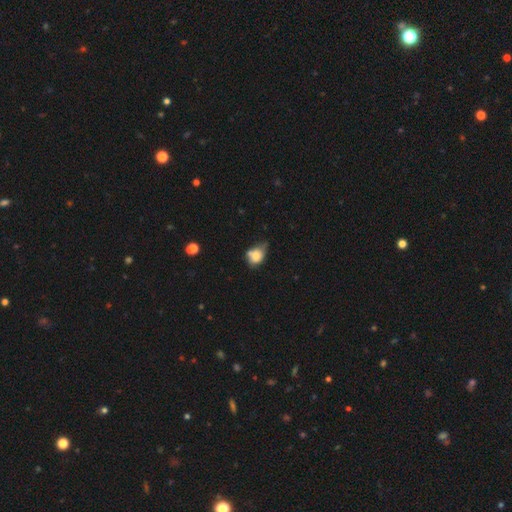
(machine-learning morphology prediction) A smooth galaxy with no disk features (68%) that is in between round and cigar-shaped (54%). Merging: minor disturbance (35%).